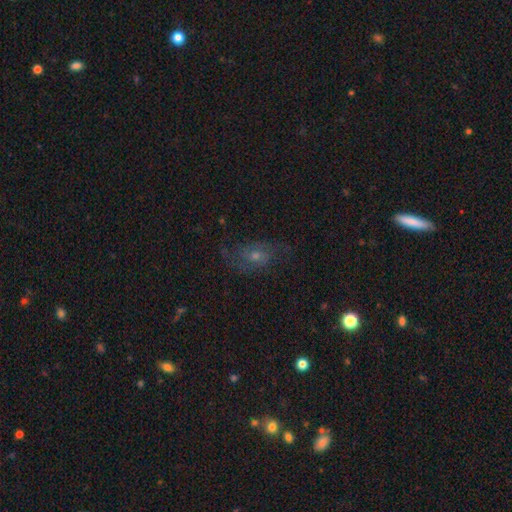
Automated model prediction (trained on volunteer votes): This is likely a featured or disk galaxy (62%). It is clearly not viewed edge-on (95%). Bar: likely no (65%). Spiral arm pattern: clearly yes (87%). Spiral arm count: likely 2 (67%). Spiral winding: possibly medium (47%). Central bulge: possibly small (46%). Merging: likely none (69%).